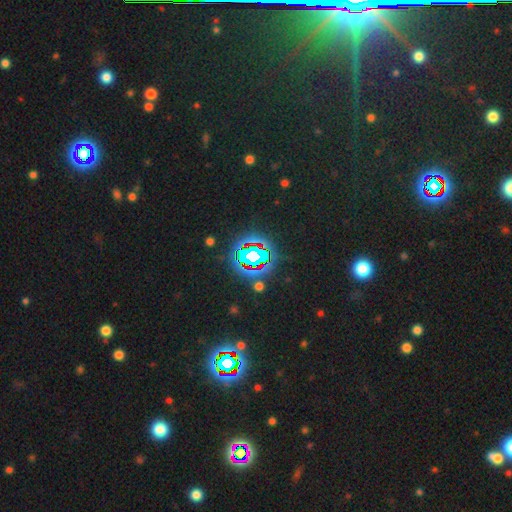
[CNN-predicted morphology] A star or artifact, not a galaxy (77%).

Vote fractions:
- Smooth or featured? star or artifact: 77% / smooth: 13% / featured or disk: 10%